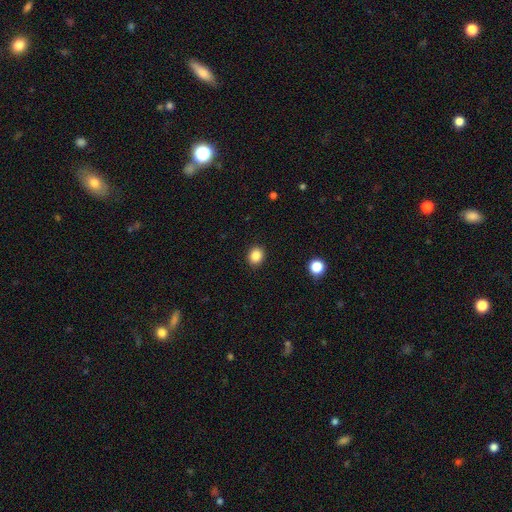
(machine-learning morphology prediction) Smooth or featured: smooth — 86% (star or artifact — 10%)
How rounded: round — 69% (in between — 31%)
Merging: none — 91% (minor disturbance — 6%)